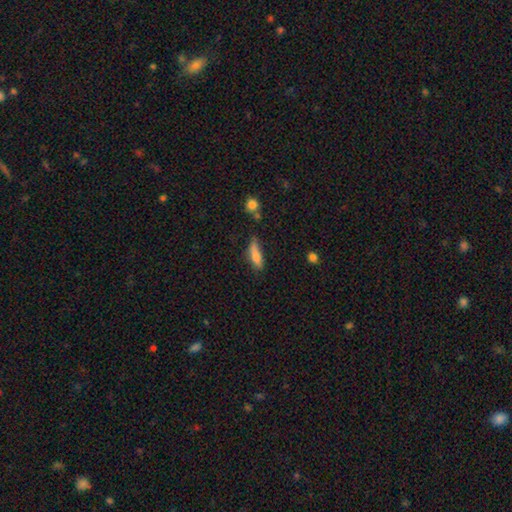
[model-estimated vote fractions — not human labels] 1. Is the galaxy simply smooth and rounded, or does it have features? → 78% smooth, 15% featured or disk, 7% star or artifact.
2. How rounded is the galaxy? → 61% cigar-shaped, 37% in between, 2% round.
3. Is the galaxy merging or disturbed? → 58% none, 29% minor disturbance, 8% major disturbance, 5% merger.